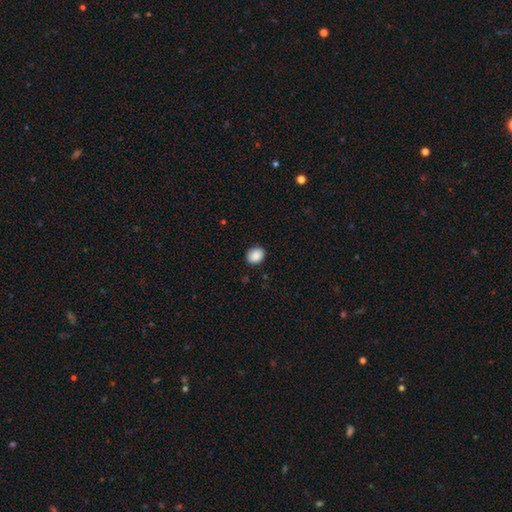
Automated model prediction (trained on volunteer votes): smooth-or-featured: smooth: 89% | star or artifact: 8% | featured or disk: 3%
  how-rounded: round: 51% | in between: 49% | cigar-shaped: 1%
  merging: none: 87% | minor disturbance: 9% | major disturbance: 2% | merger: 1%